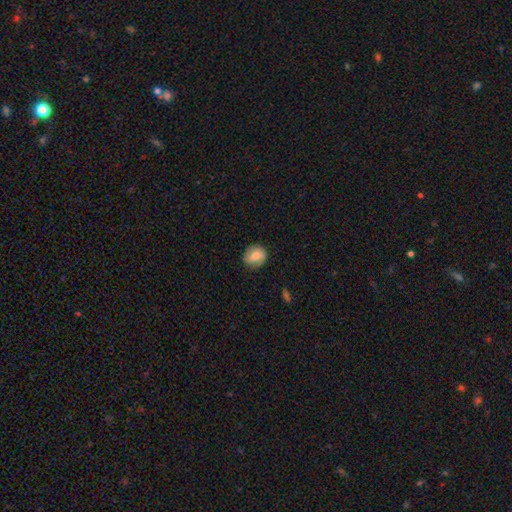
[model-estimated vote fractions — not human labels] Overall: smooth (65%; featured or disk 27%). How rounded: round (74%). Merging: none (81%).